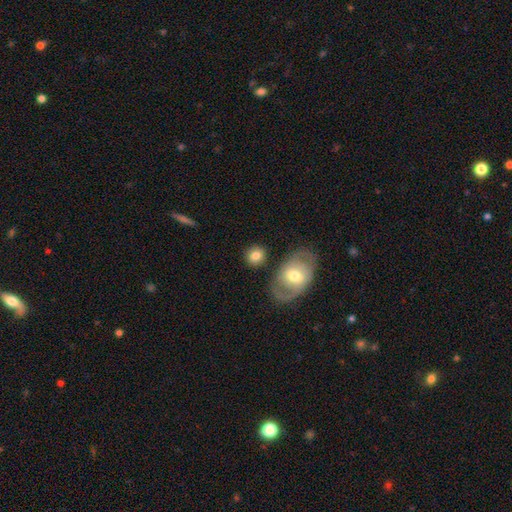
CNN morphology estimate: A smooth galaxy with no disk features (77%) that is round (77%). Merging: none (77%).